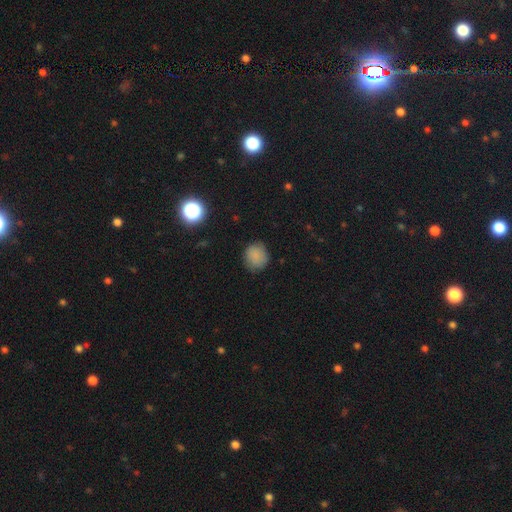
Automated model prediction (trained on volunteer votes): Smooth or featured: smooth — 84% (star or artifact — 11%)
How rounded: round — 83% (in between — 16%)
Merging: none — 81% (minor disturbance — 14%)